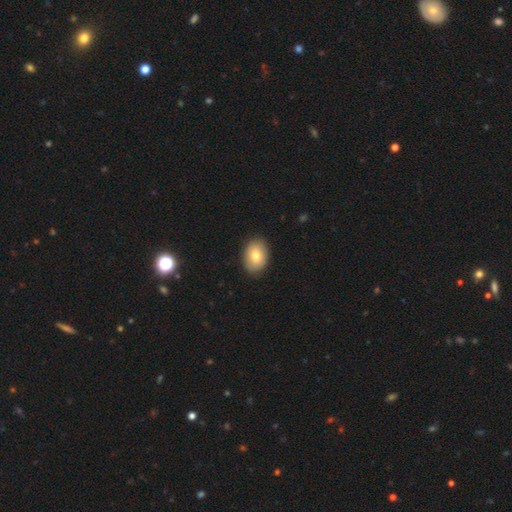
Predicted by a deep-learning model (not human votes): smooth 78%, featured or disk 16%, star or artifact 7%. Down the decision tree: how rounded — in between (79%); merging — none (89%).